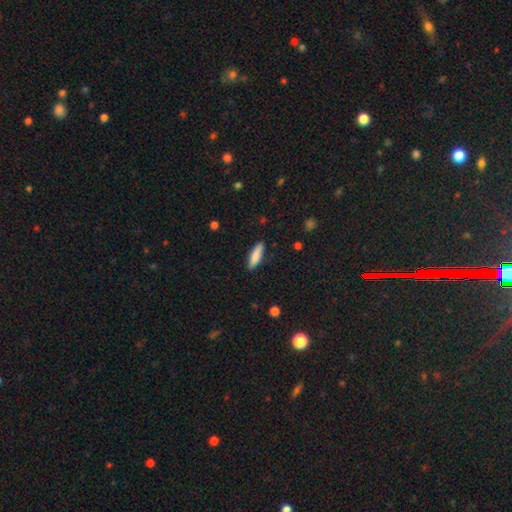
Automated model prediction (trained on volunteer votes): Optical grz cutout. It shows a smooth galaxy with no disk features (84%) that is cigar-shaped (62%). Merging: none (87%).